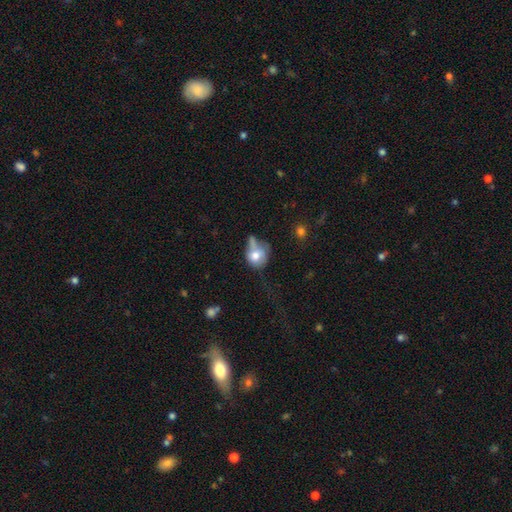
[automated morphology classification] A smooth galaxy with no disk features (70%) that is round (64%). Merging: none (29%).